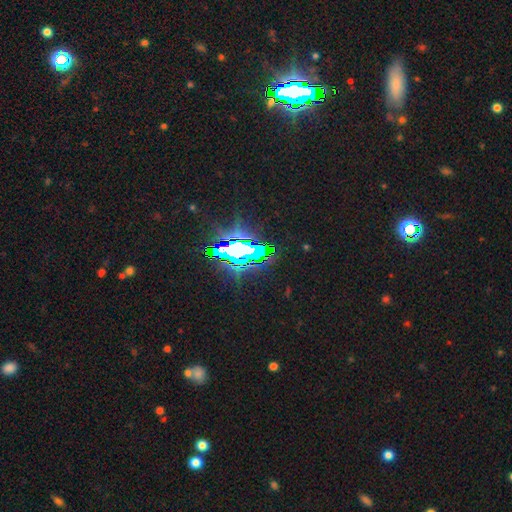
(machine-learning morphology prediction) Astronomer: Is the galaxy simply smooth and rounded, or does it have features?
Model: star or artifact — 75%.